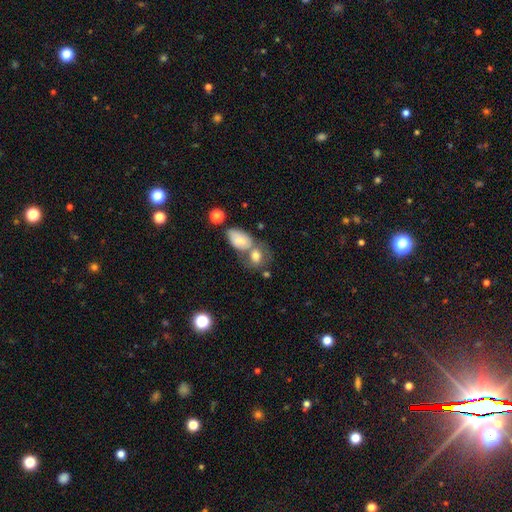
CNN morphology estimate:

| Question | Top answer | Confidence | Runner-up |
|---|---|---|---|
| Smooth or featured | smooth | 73% | featured or disk (19%) |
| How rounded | in between | 66% | round (31%) |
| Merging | merger | 48% | none (33%) |